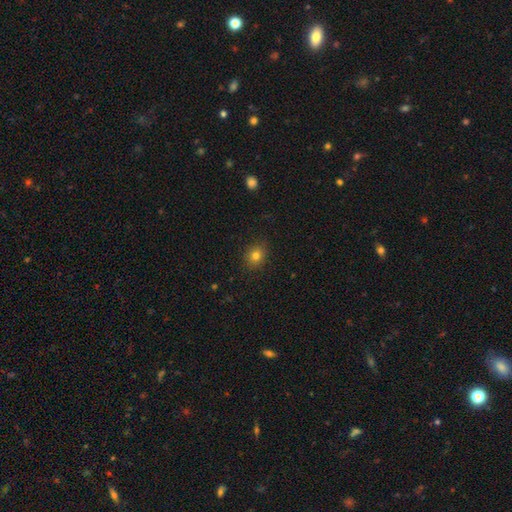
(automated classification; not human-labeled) A smooth galaxy with no disk features (79%) that is round (71%).

Vote fractions:
- Smooth or featured? smooth: 79% / star or artifact: 13% / featured or disk: 8%
- How rounded? round: 71% / in between: 28% / cigar-shaped: 1%
- Merging? none: 87% / minor disturbance: 9% / major disturbance: 2% / merger: 1%